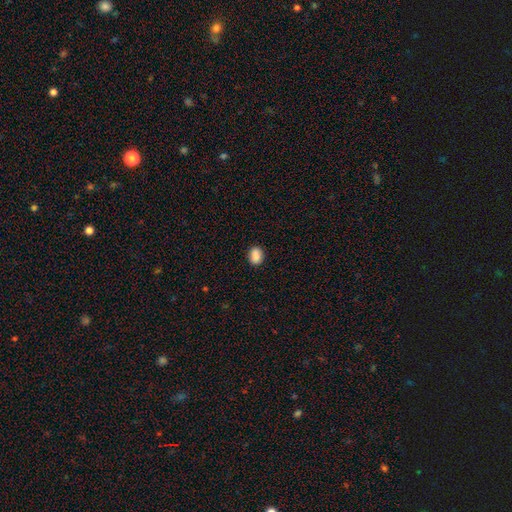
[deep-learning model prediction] smooth_or_featured: smooth (p=0.88) [alt: star or artifact p=0.08]
how_rounded: in between (p=0.69) [alt: round p=0.30]
merging: none (p=0.89) [alt: minor disturbance p=0.08]